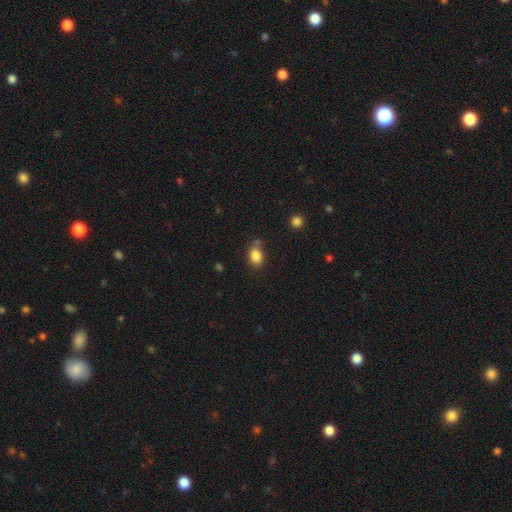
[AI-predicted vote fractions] A smooth galaxy with no disk features (85%) that is in between round and cigar-shaped (72%). Merging: none (67%).